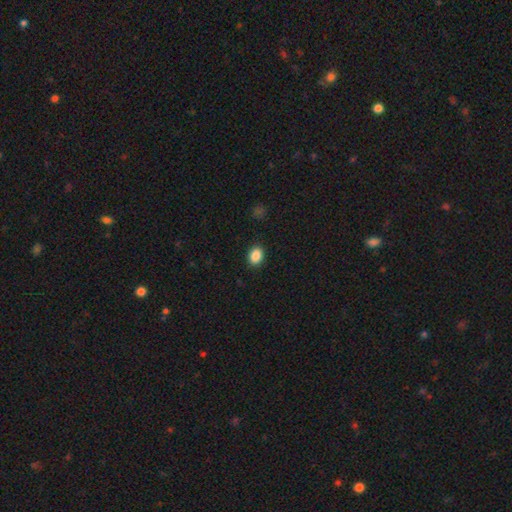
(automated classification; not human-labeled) A smooth galaxy with no disk features (88%) that is in between round and cigar-shaped (60%).

Vote fractions:
- Smooth or featured? smooth: 88% / star or artifact: 9% / featured or disk: 3%
- How rounded? in between: 60% / round: 39% / cigar-shaped: 1%
- Merging? none: 90% / minor disturbance: 7% / major disturbance: 2% / merger: 1%